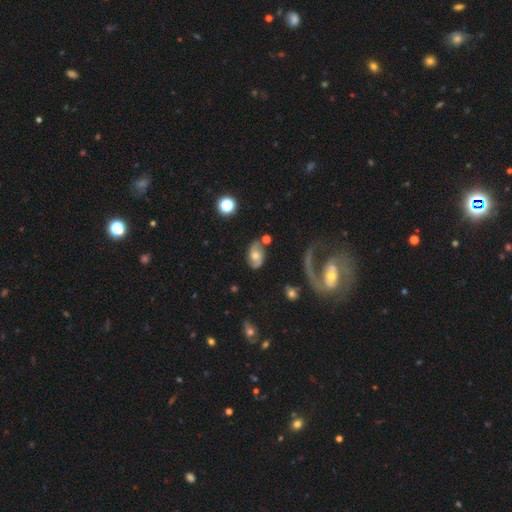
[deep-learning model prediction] A featured or disk galaxy (64%) with no bar (65%), 2 (84%) medium (42%) spiral arms (85%) and a moderate central bulge (65%).

Vote fractions:
- Smooth or featured? featured or disk: 64% / smooth: 28% / star or artifact: 8%
- Edge-on disk? no: 95% / yes: 5%
- Bar? no: 65% / weak: 29% / strong: 7%
- Spiral arms? yes: 85% / no: 15%
- Spiral winding? medium: 42% / loose: 37% / tight: 21%
- Spiral arm count? 2: 84% / can't tell: 7% / 1: 6% / 3: 1% / 4: 1% / more than 4: 1%
- Bulge size? moderate: 65% / small: 20% / large: 11% / none: 3% / dominant: 2%
- Merging? none: 69% / minor disturbance: 17% / major disturbance: 9% / merger: 6%